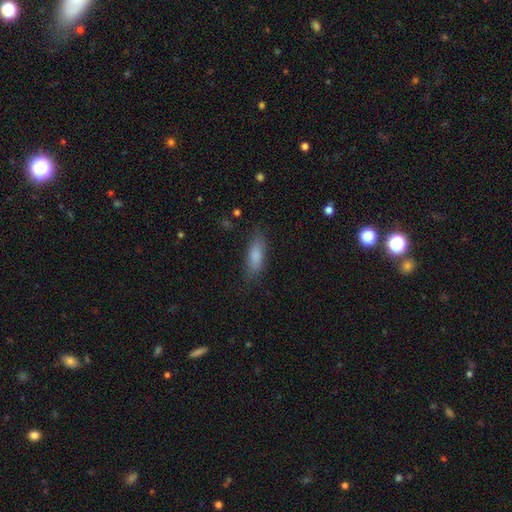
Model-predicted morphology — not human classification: Smooth or featured? Predicted: smooth (p=0.84). How rounded? Predicted: in between (p=0.64). Merging? Predicted: none (p=0.80).